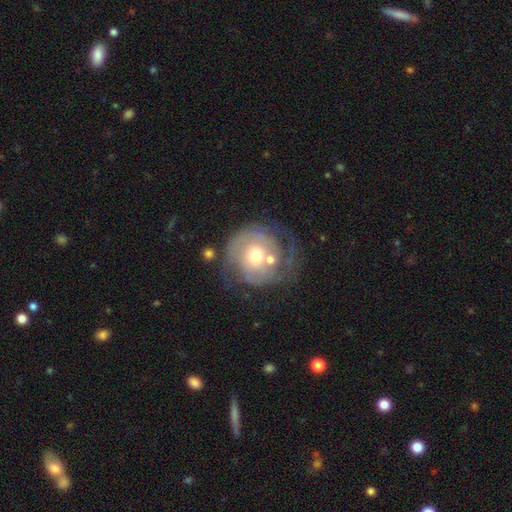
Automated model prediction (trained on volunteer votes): Morphology: type=featured or disk (68%); edge-on=no (98%); bar=no (79%); spiral arms=yes (78%); winding=tight (47%); arm count=2 (55%); bulge=moderate (67%); merging=none (46%).